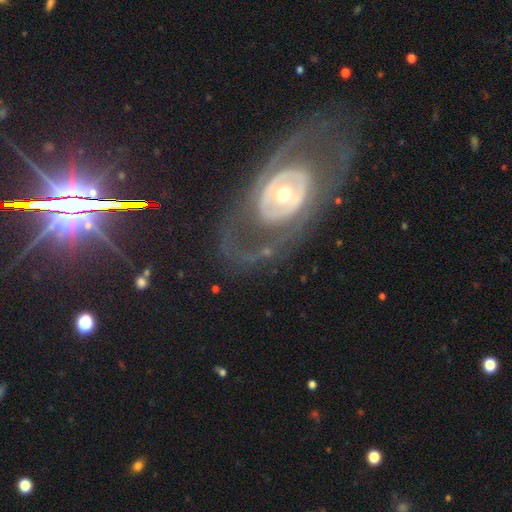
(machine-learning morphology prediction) Smooth or featured? Predicted: featured or disk (p=0.76). Edge-on disk? Predicted: no (p=0.92). Bar? Predicted: no (p=0.71). Spiral arms? Predicted: yes (p=0.52). Bulge size? Predicted: moderate (p=0.51). Merging? Predicted: none (p=0.71).